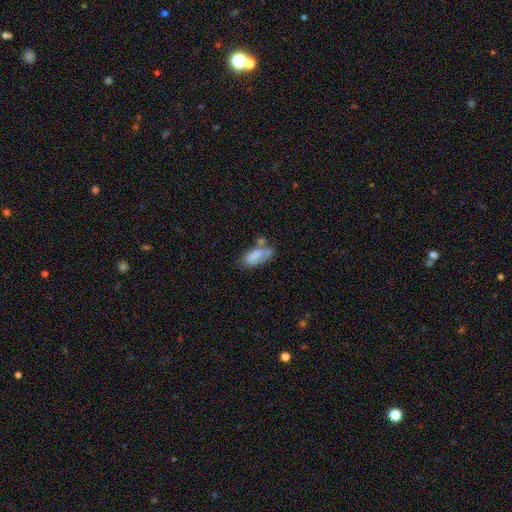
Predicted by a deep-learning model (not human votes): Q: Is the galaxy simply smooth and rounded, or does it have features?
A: smooth — 75%.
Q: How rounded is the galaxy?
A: in between — 85%.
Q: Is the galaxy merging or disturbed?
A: none — 40%.